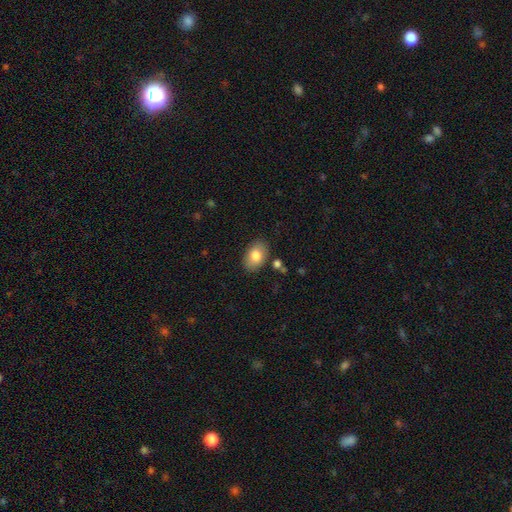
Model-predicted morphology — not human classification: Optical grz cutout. It shows a smooth galaxy with no disk features (80%) that is in between round and cigar-shaped (86%). Merging: none (83%).